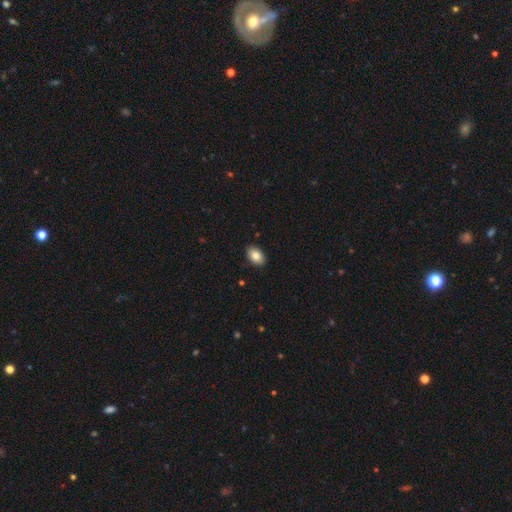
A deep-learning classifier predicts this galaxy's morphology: smooth-or-featured: smooth: 84% | featured or disk: 9% | star or artifact: 7%
  how-rounded: in between: 89% | round: 10% | cigar-shaped: 1%
  merging: none: 90% | minor disturbance: 8% | major disturbance: 2% | merger: 1%